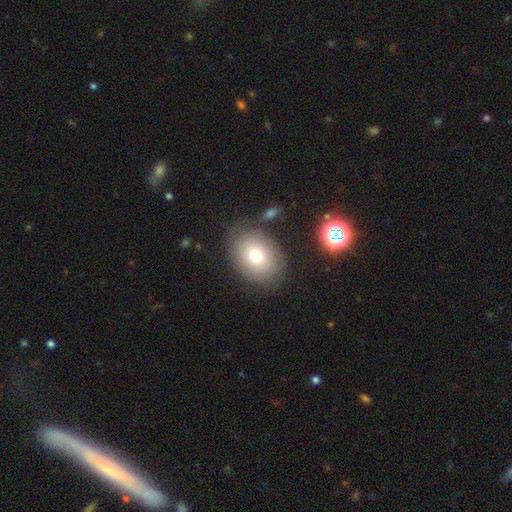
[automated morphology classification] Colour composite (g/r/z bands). It shows a smooth galaxy with no disk features (73%) that is in between round and cigar-shaped (62%). Merging: none (77%).